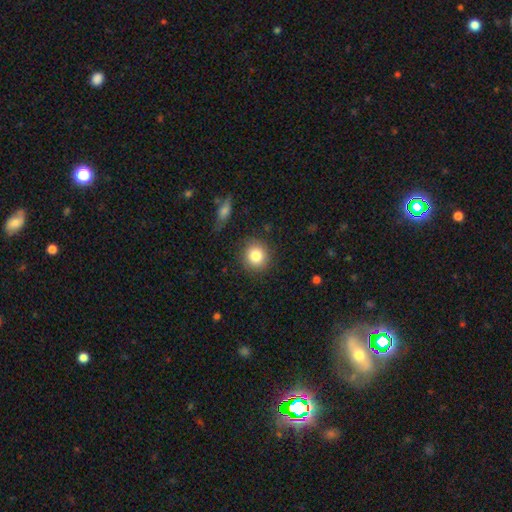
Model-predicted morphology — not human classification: Q: Smooth or featured?
A: smooth (83%); runner-up: star or artifact (9%)
Q: How rounded?
A: round (88%); runner-up: in between (11%)
Q: Merging?
A: none (87%); runner-up: minor disturbance (9%)